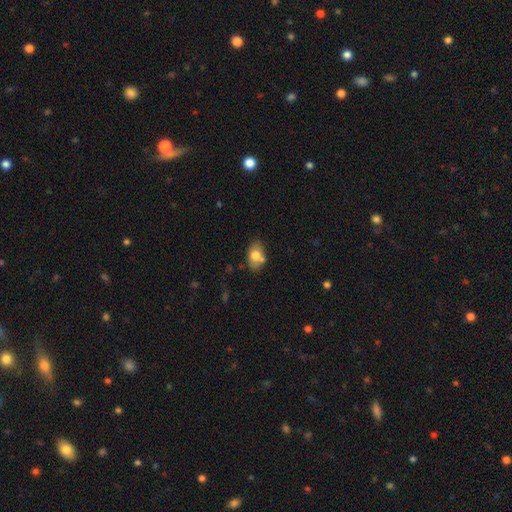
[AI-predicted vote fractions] The model was most divided on "merging": none: 64%, minor disturbance: 18%, merger: 14%, major disturbance: 4%. More confident: how rounded — in between (85%); smooth or featured — smooth (71%).